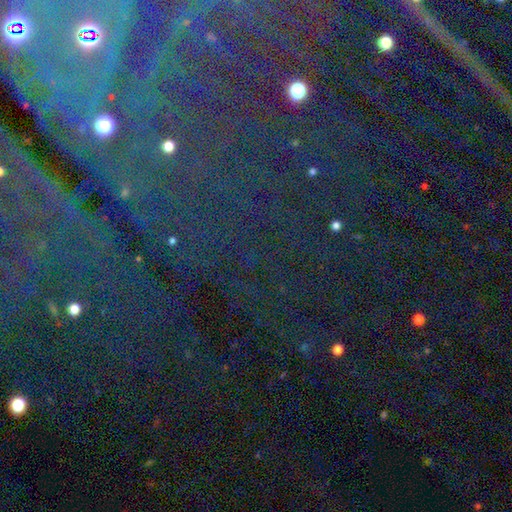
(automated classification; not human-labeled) Overall: star or artifact (79%).